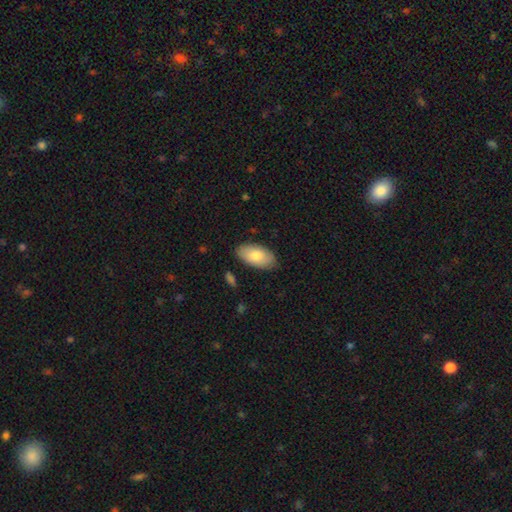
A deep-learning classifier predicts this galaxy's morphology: smooth_or_featured: smooth (p=0.80) [alt: featured or disk p=0.15]
how_rounded: in between (p=0.95) [alt: round p=0.02]
merging: none (p=0.83) [alt: minor disturbance p=0.13]